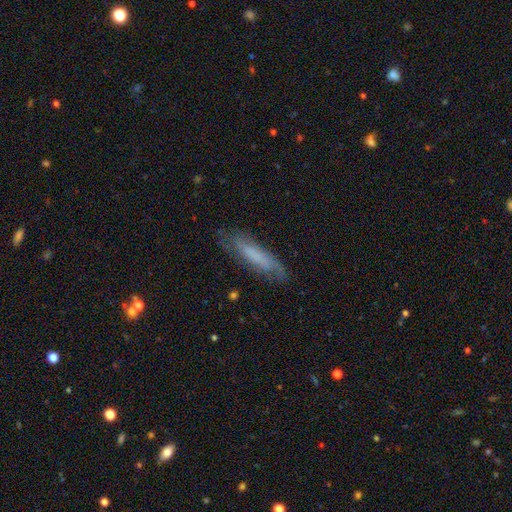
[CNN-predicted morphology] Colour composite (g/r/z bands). It shows a featured or disk galaxy (47%). Merging: none (70%).